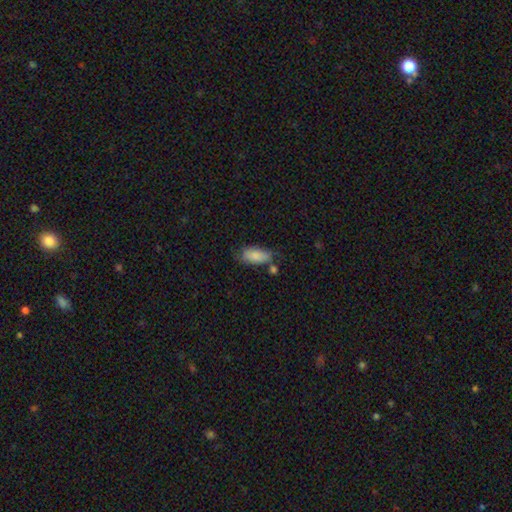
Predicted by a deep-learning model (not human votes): Smooth or featured? Predicted: smooth (p=0.83). How rounded? Predicted: in between (p=0.89). Merging? Predicted: none (p=0.51).